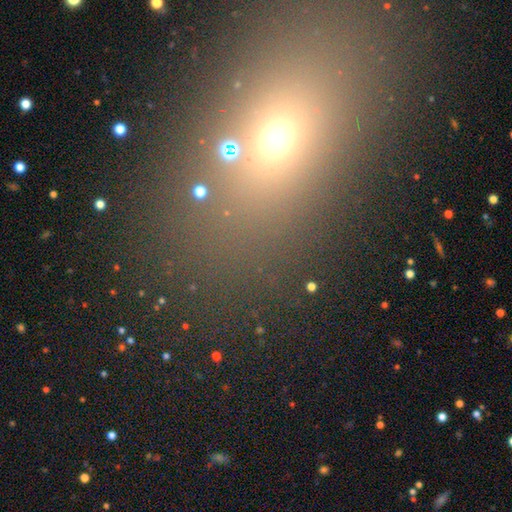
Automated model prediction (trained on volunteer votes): A smooth galaxy with no disk features (47%).

Vote fractions:
- Smooth or featured? smooth: 47% / star or artifact: 41% / featured or disk: 11%
- Merging? none: 79% / minor disturbance: 9% / merger: 6% / major disturbance: 6%